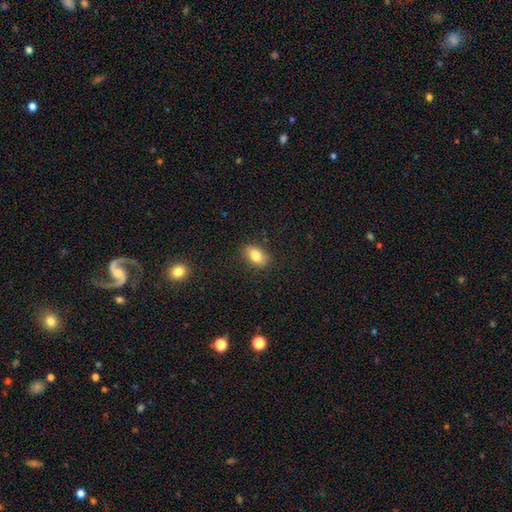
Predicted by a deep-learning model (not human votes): smooth-or-featured: smooth: 81% | featured or disk: 11% | star or artifact: 8%
  how-rounded: in between: 88% | round: 9% | cigar-shaped: 2%
  merging: none: 86% | minor disturbance: 11% | major disturbance: 3% | merger: 1%